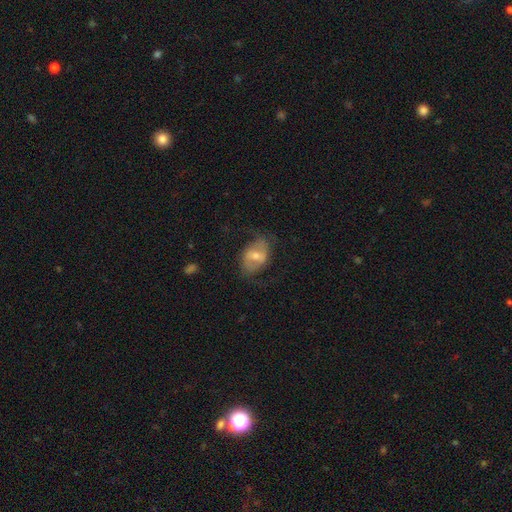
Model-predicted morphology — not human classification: featured or disk 61%, smooth 32%, star or artifact 7%. Down the decision tree: edge-on disk — no (95%); bar — weak (47%); spiral arms — yes (73%); bulge size — moderate (55%); merging — none (62%).